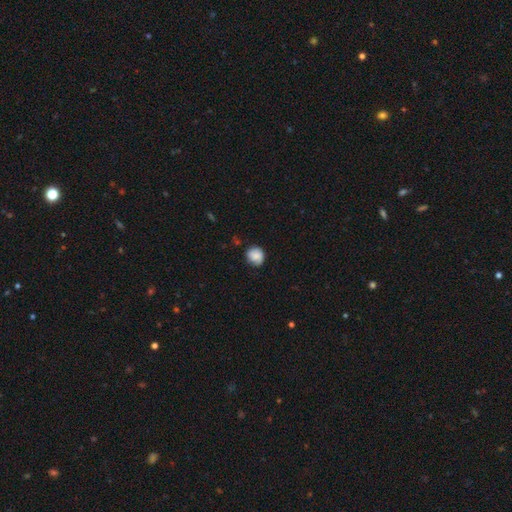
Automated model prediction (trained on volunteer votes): smooth 73%, featured or disk 18%, star or artifact 8%. Down the decision tree: how rounded — round (81%); merging — none (67%).